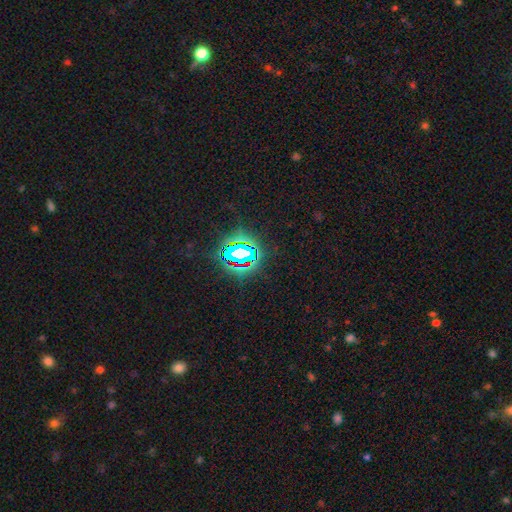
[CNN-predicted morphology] This appears to be a star or artifact, not a galaxy (81%).